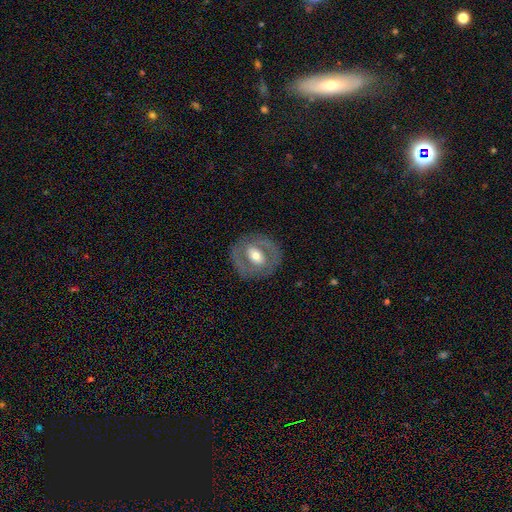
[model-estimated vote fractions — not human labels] Smooth or featured? Predicted: featured or disk (p=0.60). Edge-on disk? Predicted: no (p=0.94). Bar? Predicted: no (p=0.42). Spiral arms? Predicted: no (p=0.67). Bulge size? Predicted: moderate (p=0.66). Merging? Predicted: none (p=0.82).